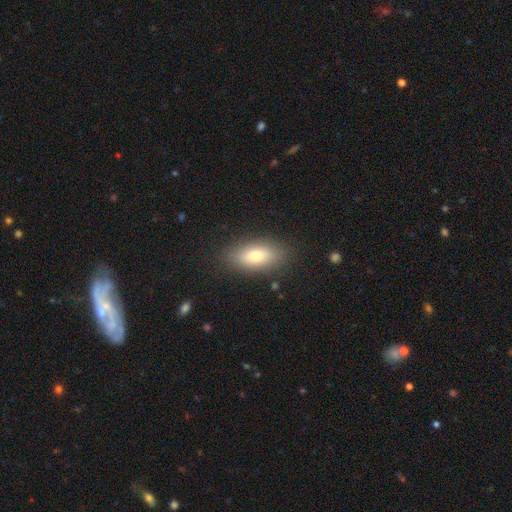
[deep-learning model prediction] Smooth or featured: smooth — 76% (featured or disk — 17%)
How rounded: in between — 84% (cigar-shaped — 12%)
Merging: none — 85% (minor disturbance — 10%)